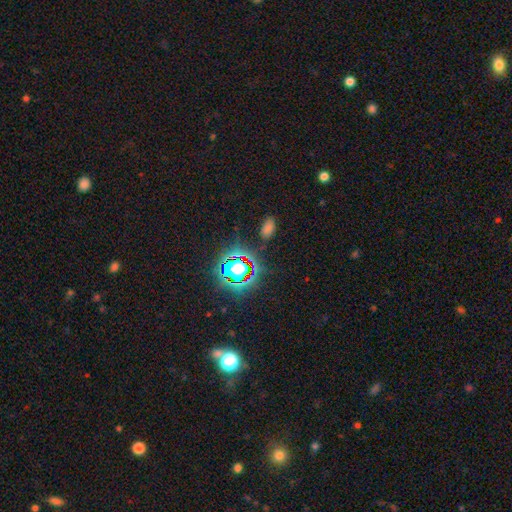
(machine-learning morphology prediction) smooth_or_featured: star or artifact (p=0.81) [alt: smooth p=0.12]